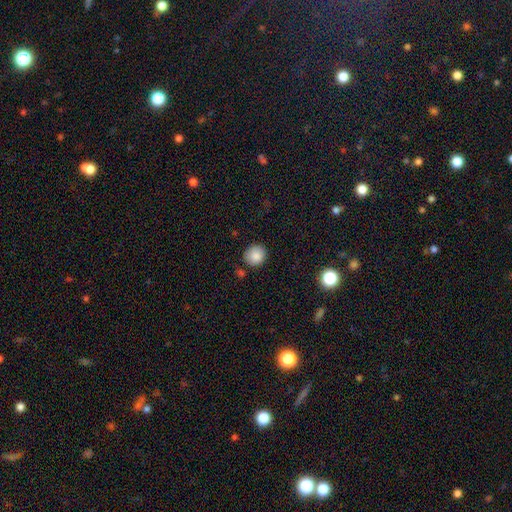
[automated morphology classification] Smooth or featured? smooth (87%)
How rounded? round (87%)
Merging? none (82%)